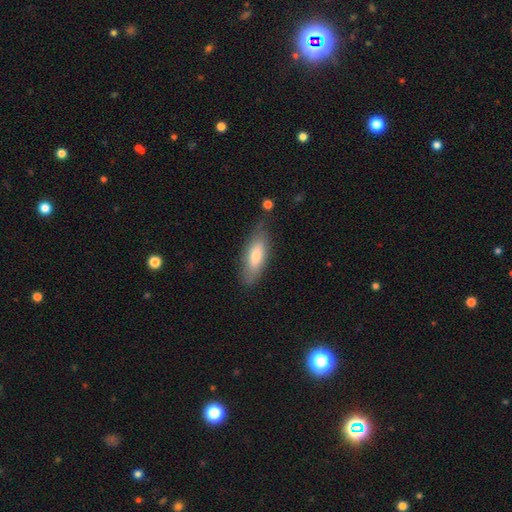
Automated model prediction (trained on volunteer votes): smooth-or-featured: smooth: 71% | featured or disk: 22% | star or artifact: 6%
  how-rounded: in between: 65% | cigar-shaped: 33% | round: 2%
  merging: none: 70% | minor disturbance: 21% | major disturbance: 5% | merger: 3%